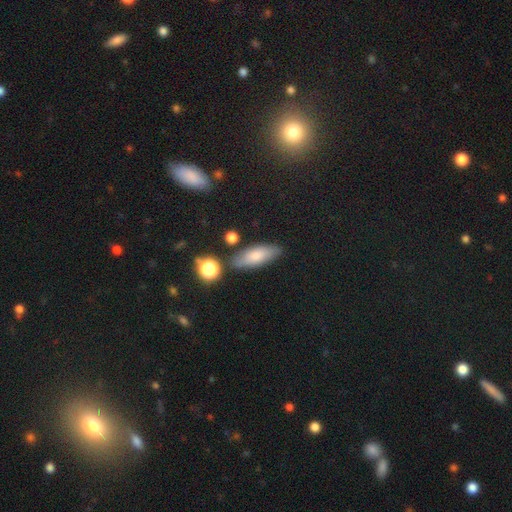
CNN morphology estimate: This is likely a smooth galaxy (75%). How rounded: likely in between (68%). Merging: likely none (76%).